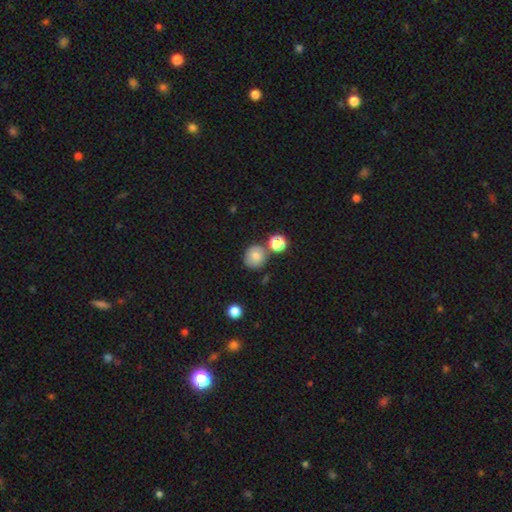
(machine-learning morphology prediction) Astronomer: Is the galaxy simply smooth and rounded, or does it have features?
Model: smooth — 77%.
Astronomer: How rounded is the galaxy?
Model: round — 85%.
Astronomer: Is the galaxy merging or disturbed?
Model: none — 70%.